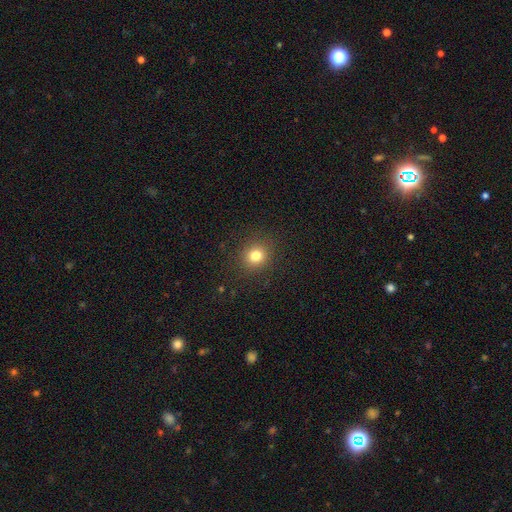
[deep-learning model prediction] Smooth or featured?
  - smooth: 79% *
  - star or artifact: 14%
  - featured or disk: 7%
How rounded?
  - round: 83% *
  - in between: 16%
  - cigar-shaped: 1%
Merging?
  - none: 89% *
  - minor disturbance: 7%
  - major disturbance: 3%
  - merger: 1%